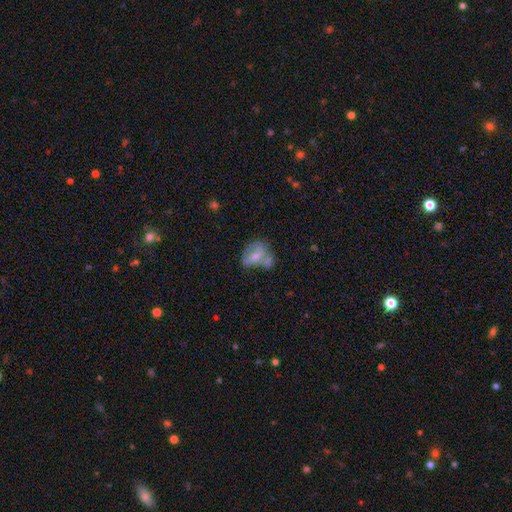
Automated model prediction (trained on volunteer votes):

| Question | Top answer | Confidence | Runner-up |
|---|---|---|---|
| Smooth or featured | smooth | 52% | featured or disk (39%) |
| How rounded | in between | 68% | round (30%) |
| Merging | merger | 40% | none (27%) |